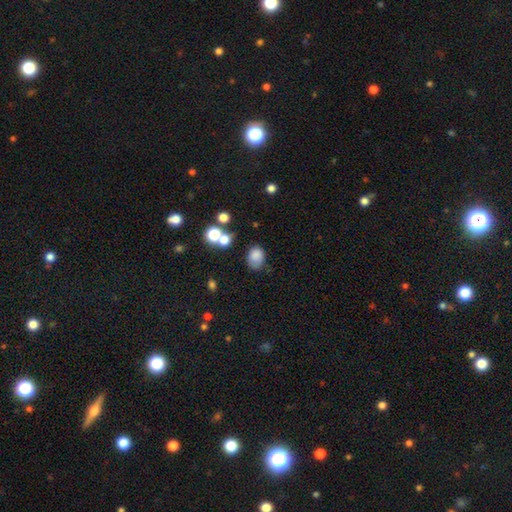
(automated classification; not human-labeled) Smooth or featured?
  - smooth: 80% *
  - star or artifact: 11%
  - featured or disk: 8%
How rounded?
  - in between: 68% *
  - round: 31%
  - cigar-shaped: 1%
Merging?
  - none: 56% *
  - minor disturbance: 26%
  - major disturbance: 9%
  - merger: 9%